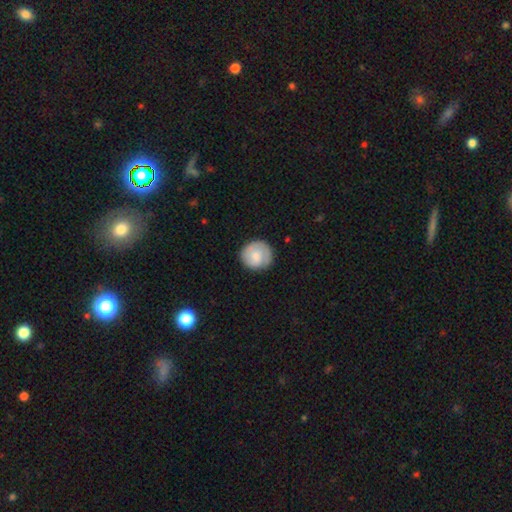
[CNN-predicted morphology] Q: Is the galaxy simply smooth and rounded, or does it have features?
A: smooth — 66%.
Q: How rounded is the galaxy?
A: round — 90%.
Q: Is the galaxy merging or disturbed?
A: none — 80%.